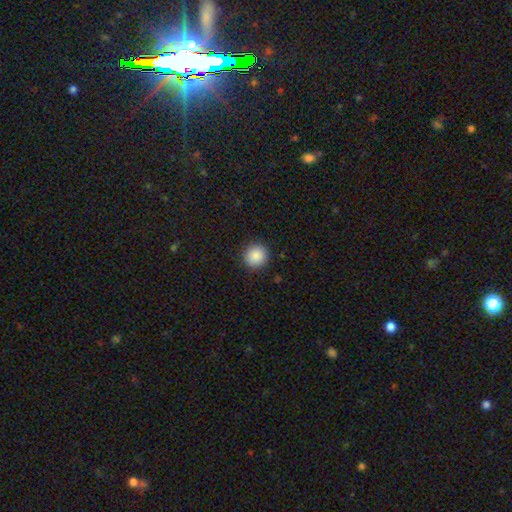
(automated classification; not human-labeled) A smooth galaxy with no disk features (88%) that is round (95%).

Vote fractions:
- Smooth or featured? smooth: 88% / star or artifact: 9% / featured or disk: 3%
- How rounded? round: 95% / in between: 4% / cigar-shaped: 1%
- Merging? none: 92% / minor disturbance: 5% / major disturbance: 2% / merger: 1%